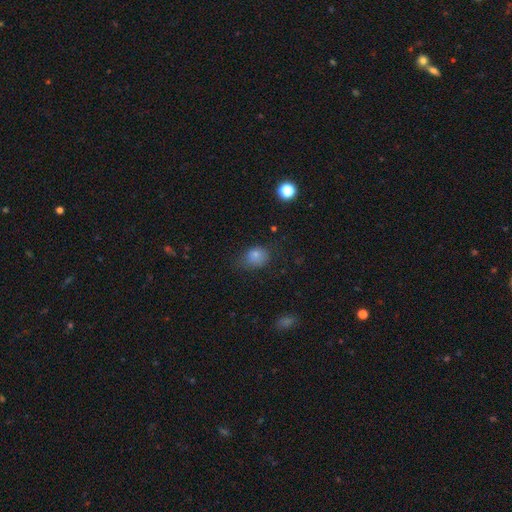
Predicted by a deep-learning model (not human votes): Morphology: type=smooth (79%); roundness=round (55%); merging=none (58%).